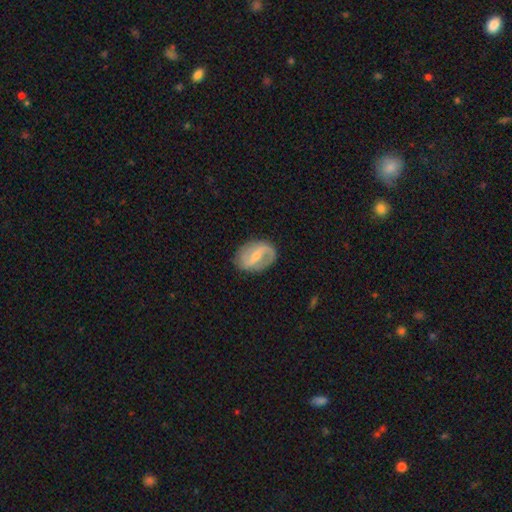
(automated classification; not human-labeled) smooth-or-featured: featured or disk: 78% | smooth: 17% | star or artifact: 5%
  disk-edge-on: no: 96% | yes: 4%
    bar: strong: 45% | weak: 42% | no: 13%
    has-spiral-arms: yes: 87% | no: 13%
      spiral-winding: medium: 41% | loose: 40% | tight: 20%
      spiral-arm-count: 2: 81% | 1: 9% | can't tell: 7% | 3: 1% | 4: 1% | more than 4: 1%
    bulge-size: small: 56% | moderate: 36% | none: 5% | large: 2% | dominant: 1%
  merging: none: 78% | minor disturbance: 15% | major disturbance: 6% | merger: 1%